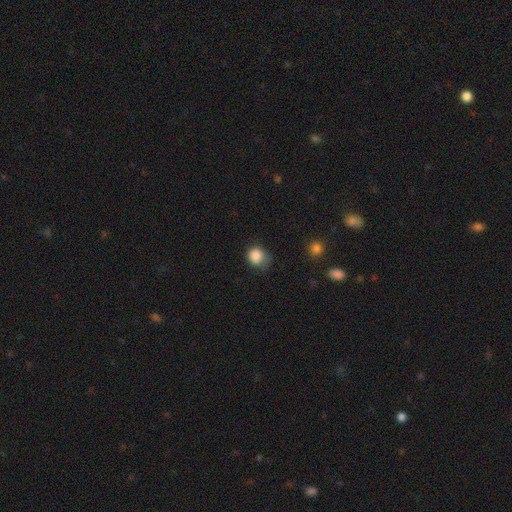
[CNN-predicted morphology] Smooth or featured? smooth (86%)
How rounded? round (79%)
Merging? none (51%)